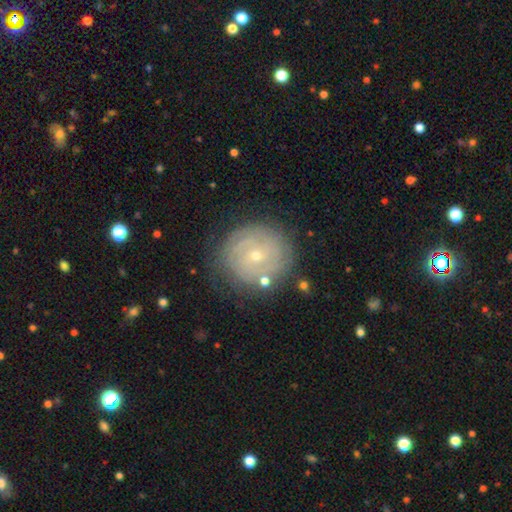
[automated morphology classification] Smooth or featured?
  - featured or disk: 73% *
  - smooth: 19%
  - star or artifact: 8%
Edge-on disk?
  - no: 98% *
  - yes: 2%
Bar?
  - no: 71% *
  - weak: 24%
  - strong: 5%
Spiral arms?
  - yes: 88% *
  - no: 12%
Spiral winding?
  - tight: 81% *
  - medium: 15%
  - loose: 4%
Spiral arm count?
  - can't tell: 42% *
  - 2: 20%
  - 3: 16%
  - 4: 12%
  - more than 4: 6%
  - 1: 6%
Bulge size?
  - small: 72% *
  - moderate: 25%
  - large: 1%
  - none: 1%
  - dominant: 1%
Merging?
  - none: 79% *
  - minor disturbance: 14%
  - major disturbance: 5%
  - merger: 2%